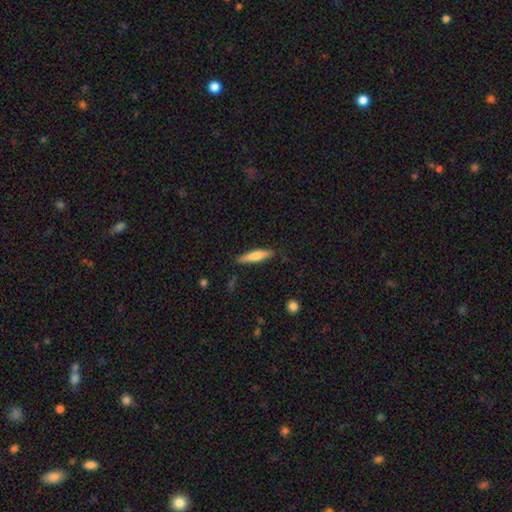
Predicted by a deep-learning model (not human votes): Smooth or featured? Predicted: smooth (p=0.69). How rounded? Predicted: cigar-shaped (p=0.81). Merging? Predicted: none (p=0.86).